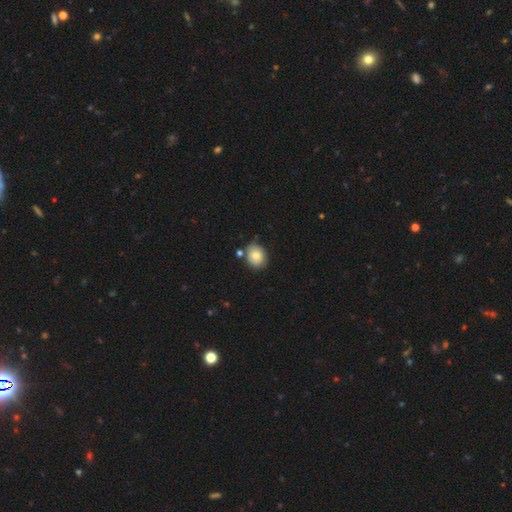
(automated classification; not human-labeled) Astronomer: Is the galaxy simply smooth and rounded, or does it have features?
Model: smooth — 79%.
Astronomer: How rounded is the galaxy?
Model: round — 56% (runner-up: in between, 43%).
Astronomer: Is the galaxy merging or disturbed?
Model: none — 74%.